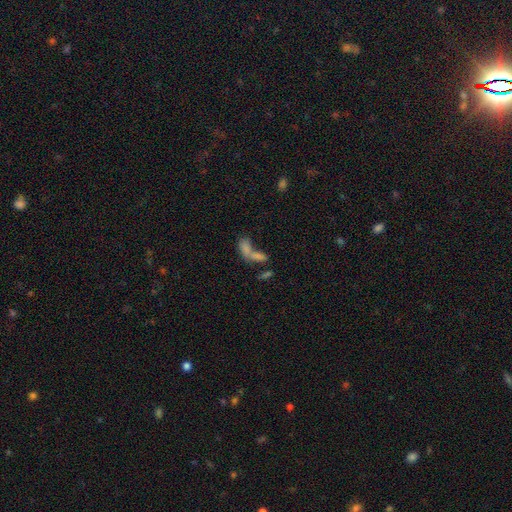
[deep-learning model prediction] Morphology: type=smooth (61%); roundness=in between (68%); merging=merger (61%).